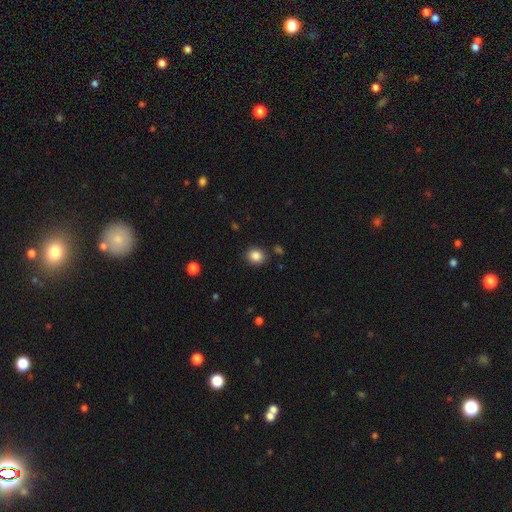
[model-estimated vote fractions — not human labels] smooth 86%, star or artifact 10%, featured or disk 4%. Down the decision tree: how rounded — round (74%); merging — none (87%).